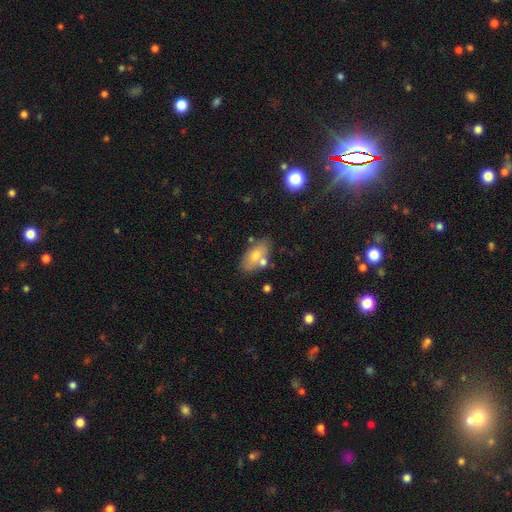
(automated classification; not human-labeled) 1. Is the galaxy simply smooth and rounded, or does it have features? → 71% smooth, 22% featured or disk, 8% star or artifact.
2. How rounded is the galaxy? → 90% in between, 6% cigar-shaped, 4% round.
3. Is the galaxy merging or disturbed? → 67% none, 15% minor disturbance, 14% merger, 4% major disturbance.